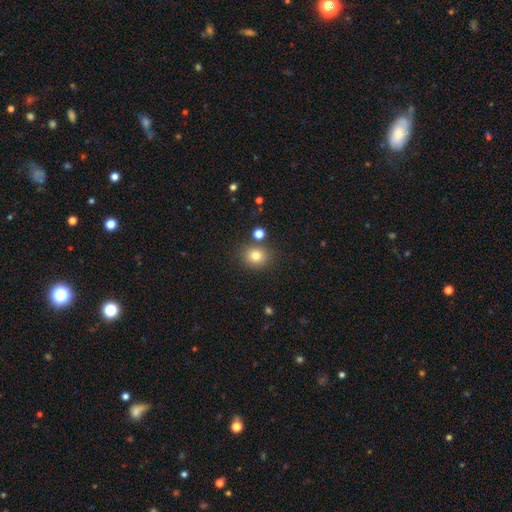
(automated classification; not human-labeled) Morphology: type=smooth (79%); roundness=round (74%); merging=none (81%).